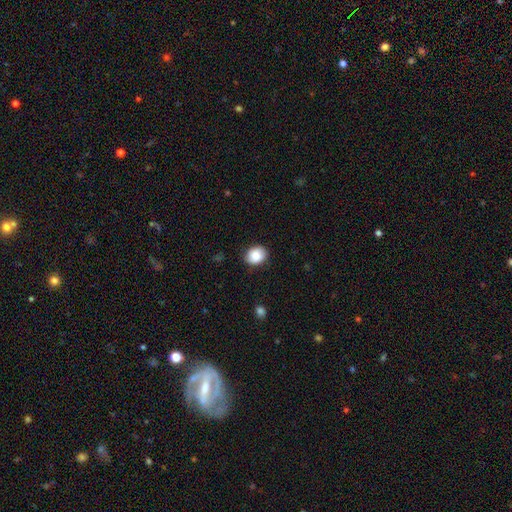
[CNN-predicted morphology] Smooth or featured? smooth (86%)
How rounded? in between (53%)
Merging? none (84%)